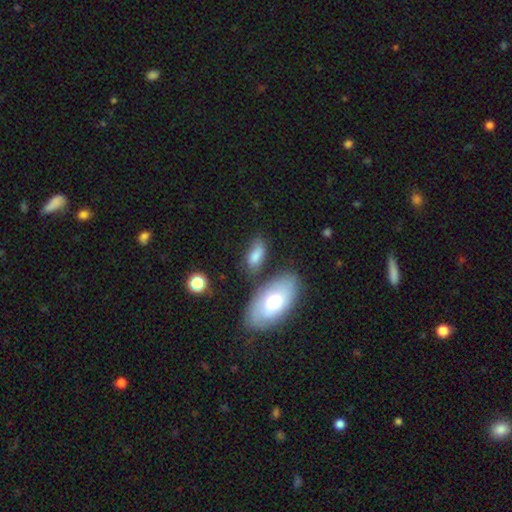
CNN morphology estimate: This is likely a smooth galaxy (77%). How rounded: clearly in between (88%). Merging: possibly none (58%).